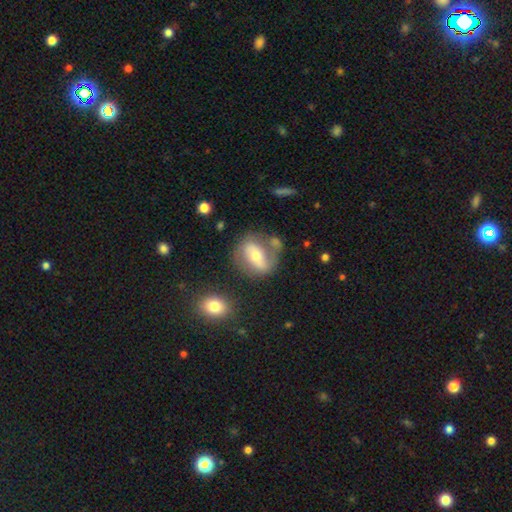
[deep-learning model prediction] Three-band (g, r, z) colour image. It shows a featured or disk galaxy (61%) with a strong bar (45%), spiral arms (62%) and a moderate central bulge (60%). Merging: none (61%).